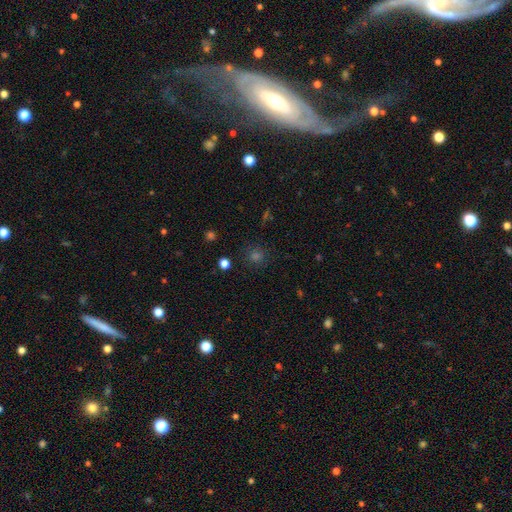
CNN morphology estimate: A smooth galaxy with no disk features (60%) that is round (90%).

Vote fractions:
- Smooth or featured? smooth: 60% / star or artifact: 34% / featured or disk: 7%
- How rounded? round: 90% / in between: 9% / cigar-shaped: 1%
- Merging? none: 88% / minor disturbance: 7% / major disturbance: 3% / merger: 2%